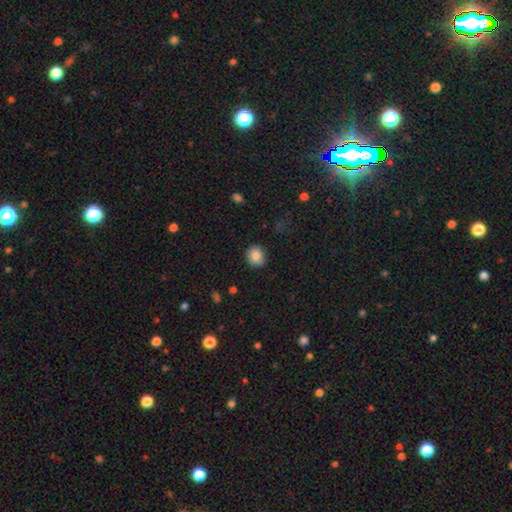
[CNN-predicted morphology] smooth 85%, star or artifact 9%, featured or disk 6%. Down the decision tree: how rounded — round (75%); merging — none (88%).